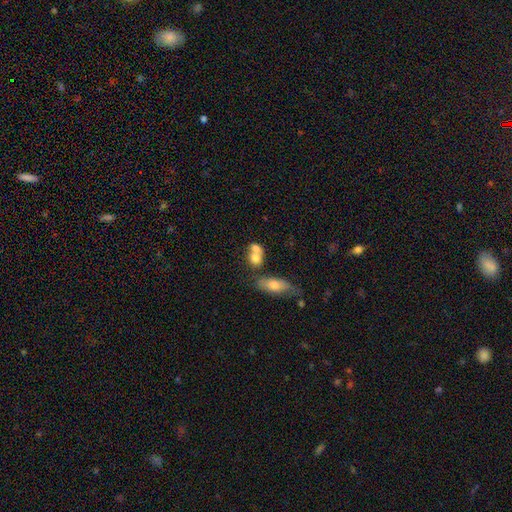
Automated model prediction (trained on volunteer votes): smooth_or_featured: smooth (p=0.73) [alt: featured or disk p=0.18]
how_rounded: in between (p=0.54) [alt: round p=0.43]
merging: merger (p=0.59) [alt: none p=0.27]